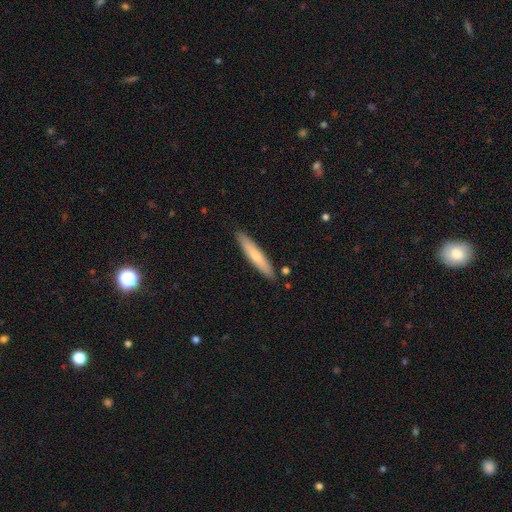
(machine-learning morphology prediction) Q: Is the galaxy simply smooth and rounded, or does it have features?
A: smooth — 65%.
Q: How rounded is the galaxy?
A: cigar-shaped — 91%.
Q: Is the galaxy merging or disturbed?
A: none — 88%.